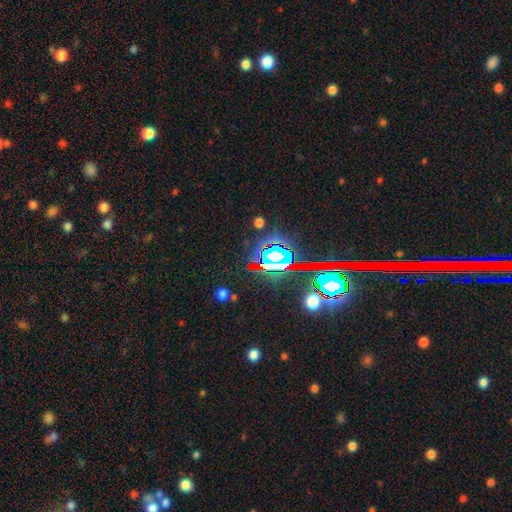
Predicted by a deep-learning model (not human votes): This appears to be a star or artifact, not a galaxy (84%).